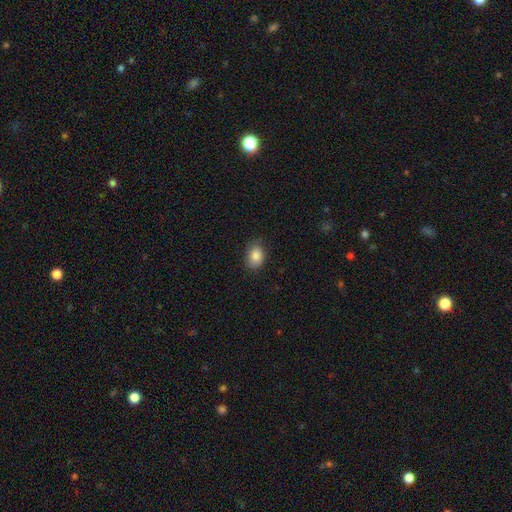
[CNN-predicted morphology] A smooth galaxy with no disk features (85%) that is in between round and cigar-shaped (75%).

Vote fractions:
- Smooth or featured? smooth: 85% / star or artifact: 8% / featured or disk: 7%
- How rounded? in between: 75% / round: 24% / cigar-shaped: 1%
- Merging? none: 78% / minor disturbance: 18% / major disturbance: 3% / merger: 1%